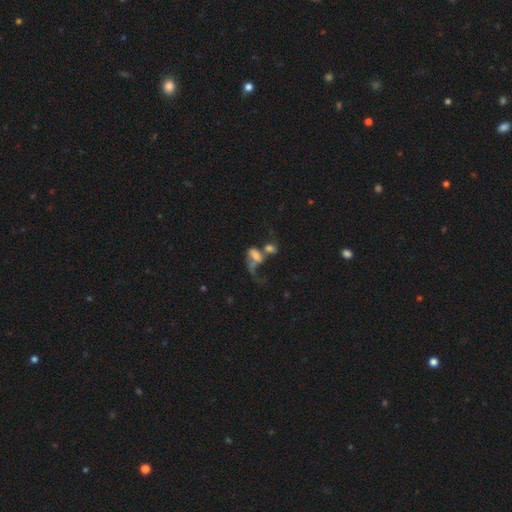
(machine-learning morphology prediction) This appears to be a smooth galaxy with no disk features (49%). Merging: merger (57%).